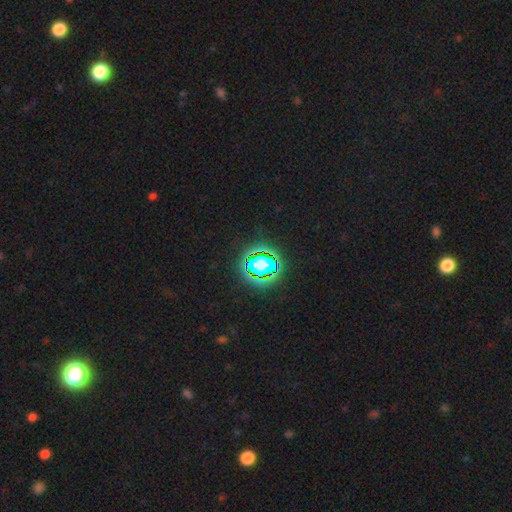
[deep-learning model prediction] A star or artifact, not a galaxy (80%).

Vote fractions:
- Smooth or featured? star or artifact: 80% / smooth: 13% / featured or disk: 7%